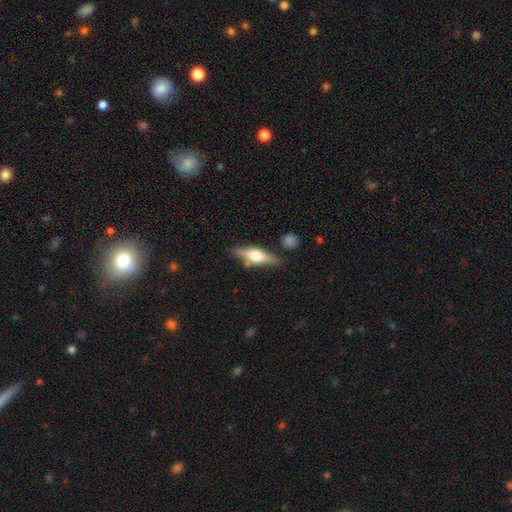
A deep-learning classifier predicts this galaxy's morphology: Overall: featured or disk (62%; smooth 31%). Edge-on disk: yes (95%). Edge-on bulge: rounded (93%). Merging: none (80%).